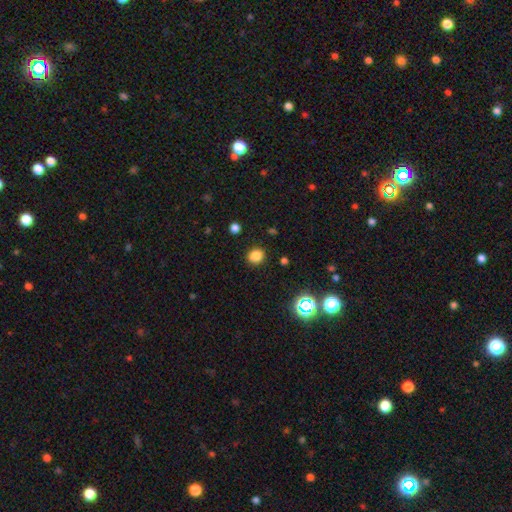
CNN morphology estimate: This appears to be a smooth galaxy with no disk features (82%) that is round (73%). Merging: none (89%).